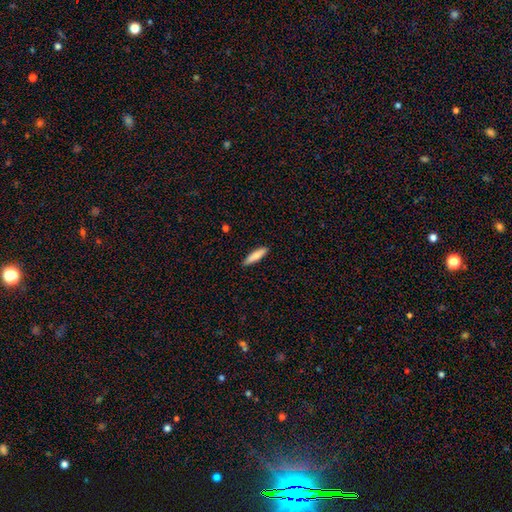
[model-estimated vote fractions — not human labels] A smooth galaxy with no disk features (78%) that is cigar-shaped (78%). Merging: none (90%).